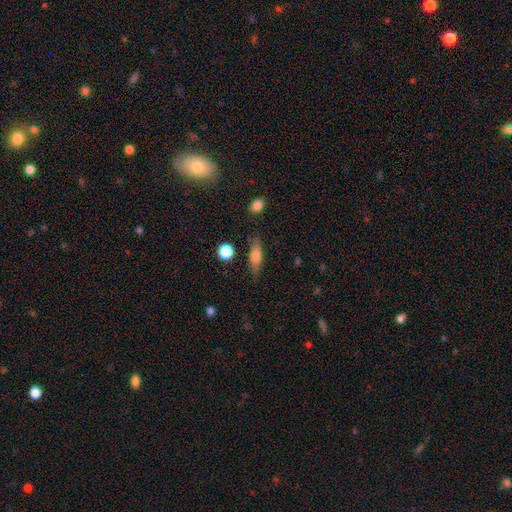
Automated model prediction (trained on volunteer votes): The model was most divided on "how rounded" (2-way tie): cigar-shaped: 47%, in between: 47%, round: 6%. More confident: merging — none (78%); smooth or featured — smooth (63%).